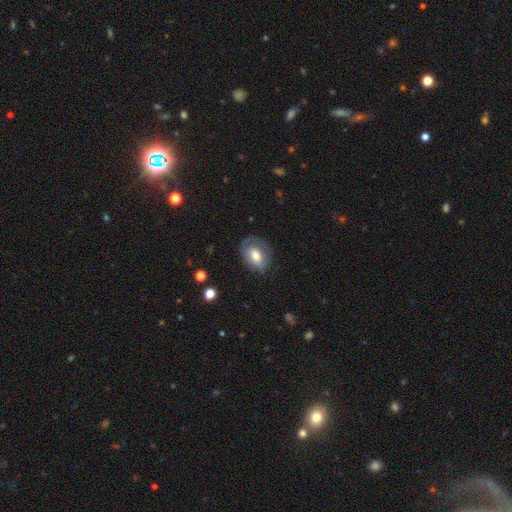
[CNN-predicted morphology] Smooth or featured? smooth (61%)
How rounded? in between (75%)
Merging? none (67%)